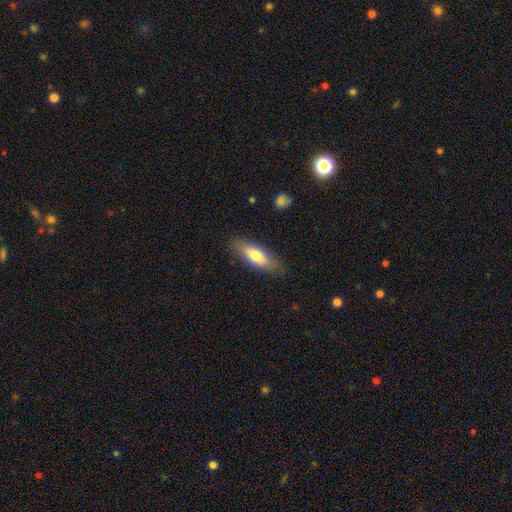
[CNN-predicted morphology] type=smooth (71%); roundness=in between (64%); merging=none (83%).